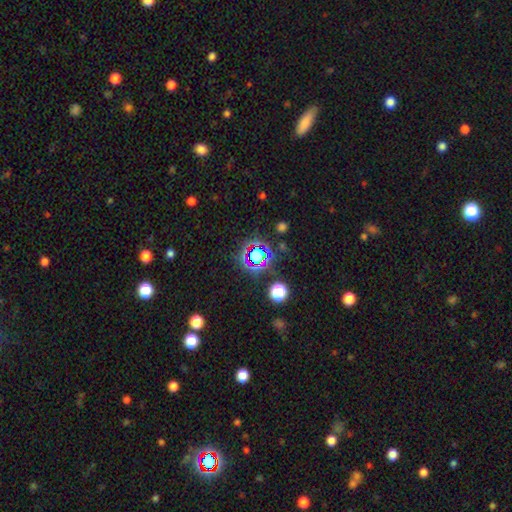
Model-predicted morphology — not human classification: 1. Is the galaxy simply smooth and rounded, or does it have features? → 64% star or artifact, 24% smooth, 11% featured or disk.